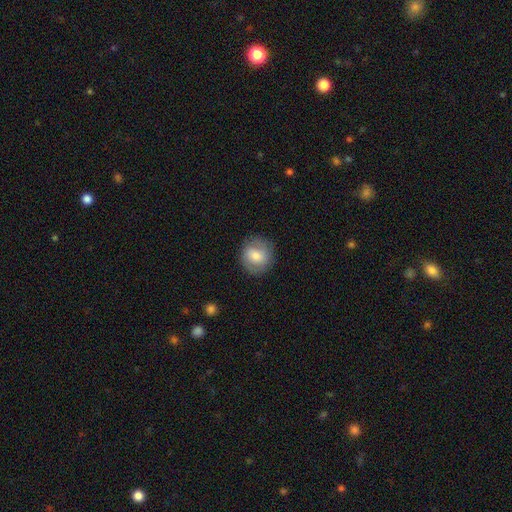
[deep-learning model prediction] smooth-or-featured: smooth: 67% | featured or disk: 25% | star or artifact: 8%
  how-rounded: round: 83% | in between: 16% | cigar-shaped: 1%
  merging: none: 85% | minor disturbance: 11% | major disturbance: 4% | merger: 1%